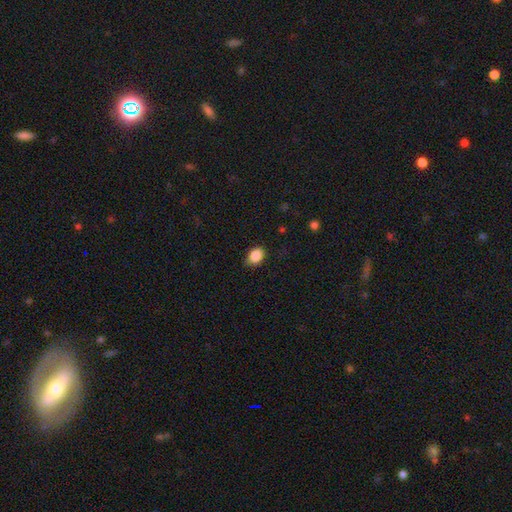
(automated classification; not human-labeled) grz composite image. It shows a smooth galaxy with no disk features (88%) that is in between round and cigar-shaped (67%). Merging: none (78%).